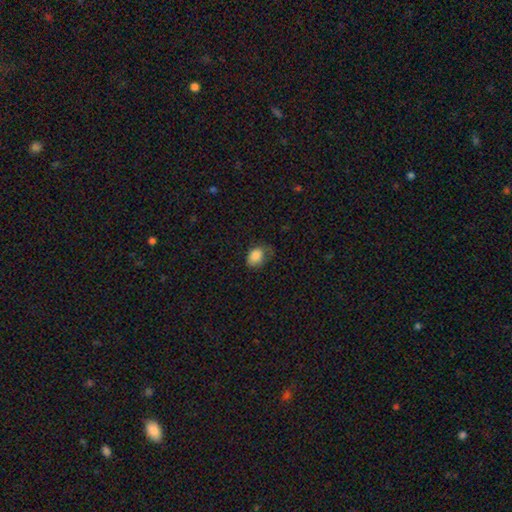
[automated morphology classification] The model was most divided on "merging": none: 52%, minor disturbance: 34%, major disturbance: 13%, merger: 2%. More confident: smooth or featured — smooth (86%); how rounded — in between (71%).